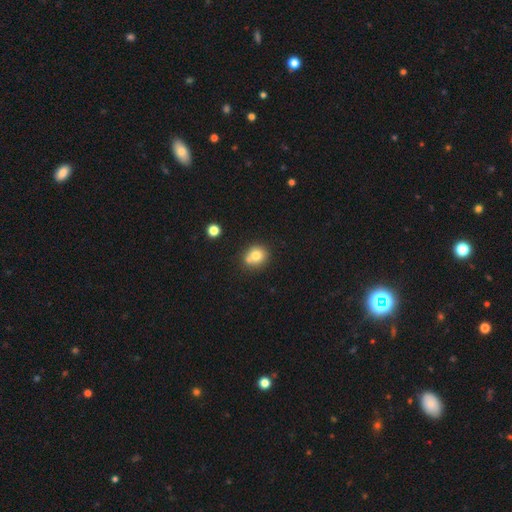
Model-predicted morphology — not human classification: Smooth or featured: smooth — 76% (featured or disk — 13%)
How rounded: round — 77% (in between — 22%)
Merging: none — 55% (merger — 29%)